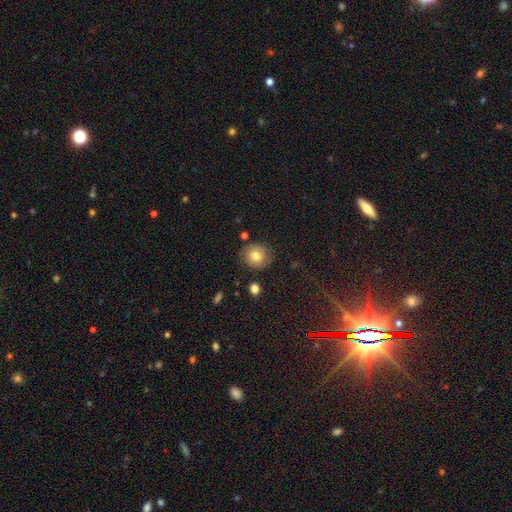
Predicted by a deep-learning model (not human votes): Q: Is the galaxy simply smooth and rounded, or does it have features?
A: smooth — 74%.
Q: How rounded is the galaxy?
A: round — 84%.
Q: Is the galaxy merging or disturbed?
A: none — 83%.